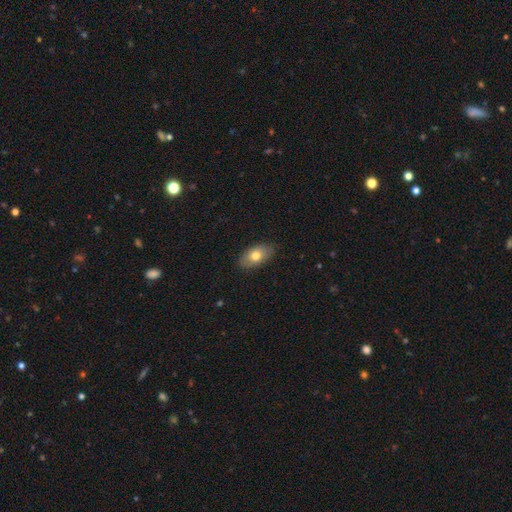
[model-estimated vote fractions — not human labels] Smooth or featured?
  - smooth: 74% *
  - featured or disk: 19%
  - star or artifact: 7%
How rounded?
  - in between: 91% *
  - round: 6%
  - cigar-shaped: 3%
Merging?
  - none: 84% *
  - minor disturbance: 12%
  - major disturbance: 2%
  - merger: 1%